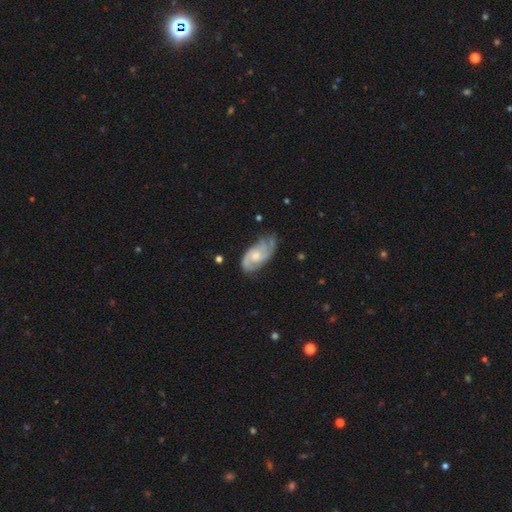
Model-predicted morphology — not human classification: type=featured or disk (81%); edge-on=no (96%); bar=no (64%); spiral arms=yes (96%); winding=medium (46%); arm count=2 (57%); bulge=moderate (54%); merging=none (61%).